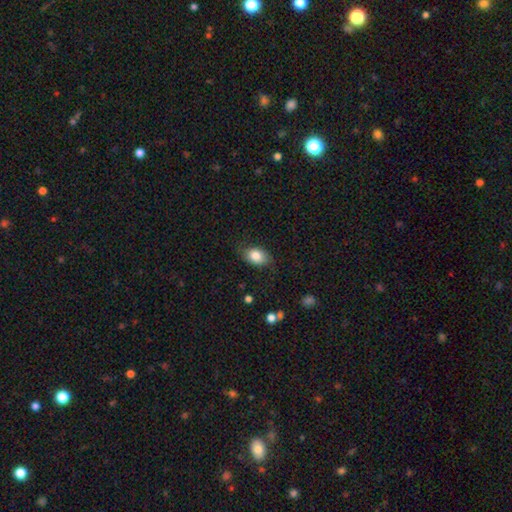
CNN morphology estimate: A smooth galaxy with no disk features (82%) that is in between round and cigar-shaped (82%).

Vote fractions:
- Smooth or featured? smooth: 82% / featured or disk: 10% / star or artifact: 7%
- How rounded? in between: 82% / round: 17% / cigar-shaped: 1%
- Merging? none: 73% / minor disturbance: 20% / major disturbance: 6% / merger: 1%